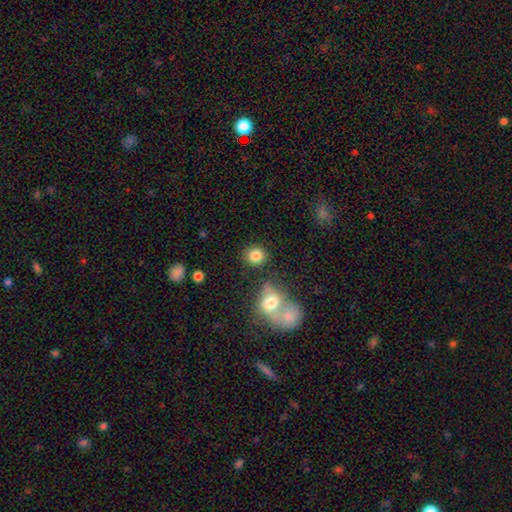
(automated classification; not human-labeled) This is clearly a smooth galaxy (84%). How rounded: clearly round (84%). Merging: likely none (78%).